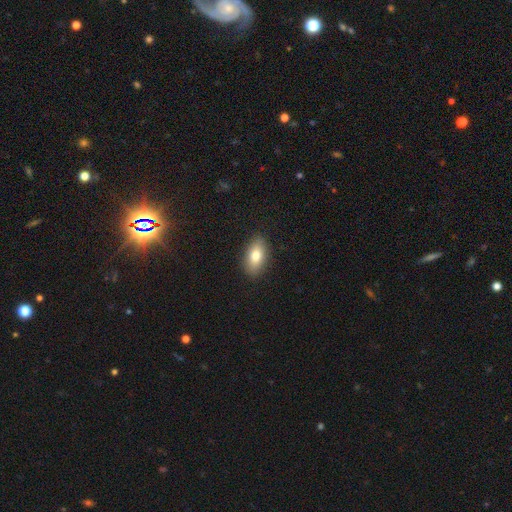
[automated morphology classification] Smooth or featured? Predicted: smooth (p=0.79). How rounded? Predicted: in between (p=0.90). Merging? Predicted: none (p=0.88).